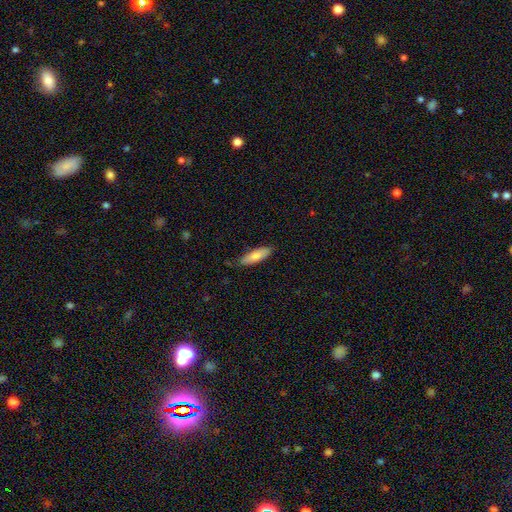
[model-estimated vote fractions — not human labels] Overall: smooth (76%). How rounded: cigar-shaped (49%, tied with in between). Merging: none (83%).